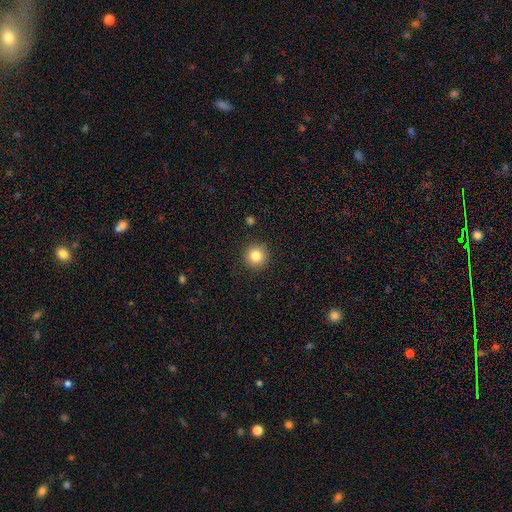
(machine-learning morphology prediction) smooth 83%, star or artifact 11%, featured or disk 6%. Down the decision tree: how rounded — round (95%); merging — none (91%).